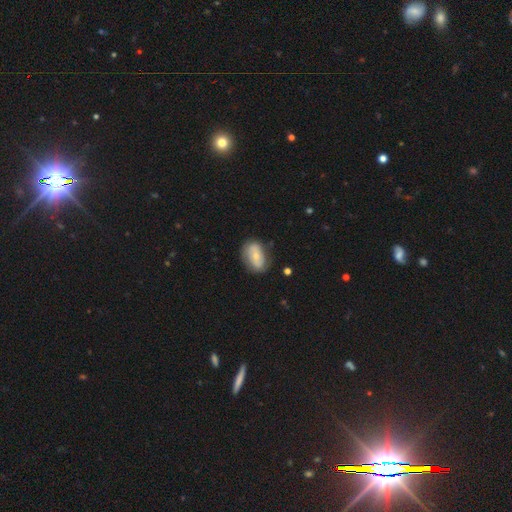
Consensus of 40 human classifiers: A smooth galaxy with no disk features (52%) that is in between round and cigar-shaped (100%).

Vote fractions:
- Smooth or featured? smooth: 52% / featured or disk: 40% / star or artifact: 8%
- How rounded? in between: 100% / round: 0% / cigar-shaped: 0%
- Merging? none: 78% / minor disturbance: 16% / major disturbance: 5% / merger: 0%